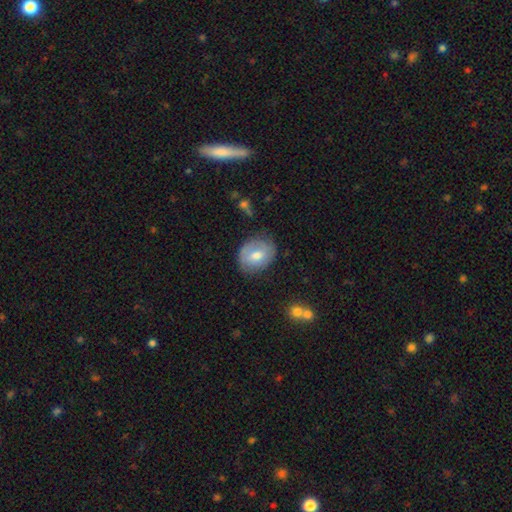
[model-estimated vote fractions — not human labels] smooth 62%, featured or disk 31%, star or artifact 7%. Down the decision tree: how rounded — in between (54%); merging — none (72%).